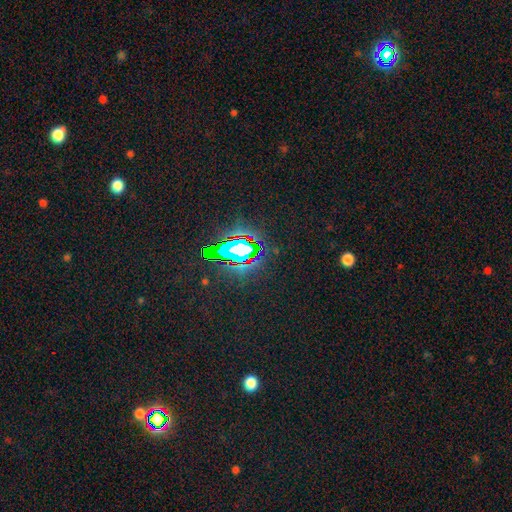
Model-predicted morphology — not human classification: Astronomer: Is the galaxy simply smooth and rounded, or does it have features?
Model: star or artifact — 82%.